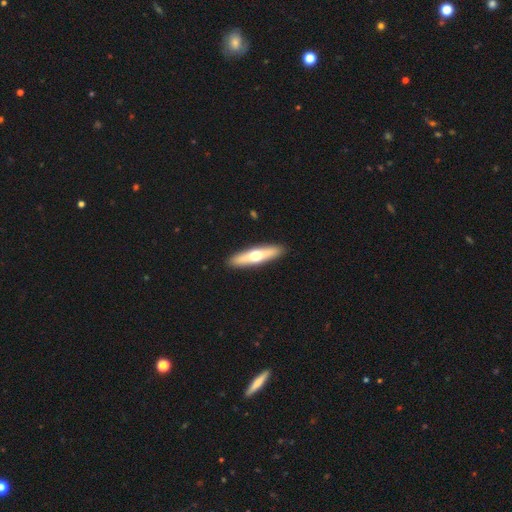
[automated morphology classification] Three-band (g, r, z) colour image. It shows a featured or disk galaxy (48%). Merging: none (91%).